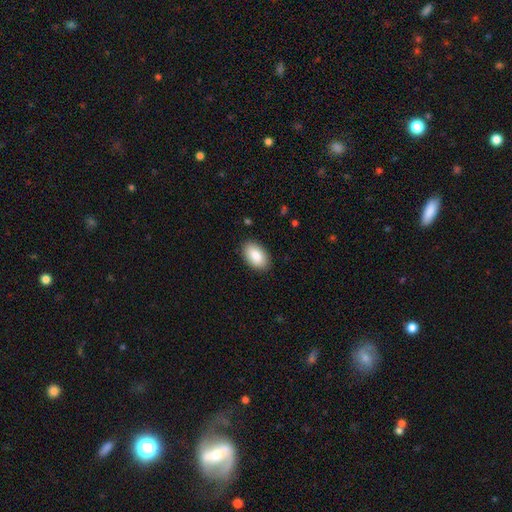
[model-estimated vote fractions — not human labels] Morphology: type=smooth (88%); roundness=in between (94%); merging=none (88%).